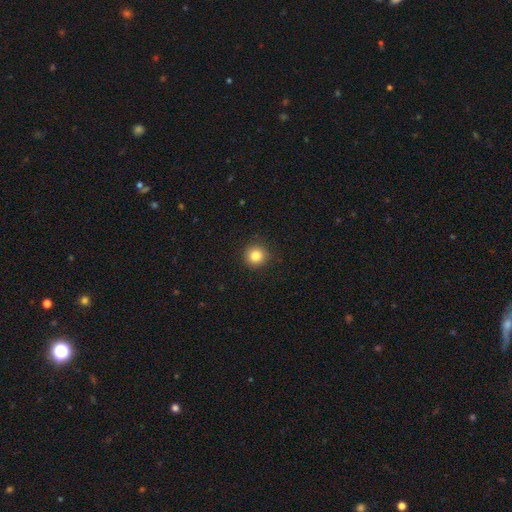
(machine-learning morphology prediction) A smooth galaxy with no disk features (84%) that is round (94%).

Vote fractions:
- Smooth or featured? smooth: 84% / star or artifact: 11% / featured or disk: 5%
- How rounded? round: 94% / in between: 5% / cigar-shaped: 1%
- Merging? none: 92% / minor disturbance: 6% / major disturbance: 2% / merger: 1%